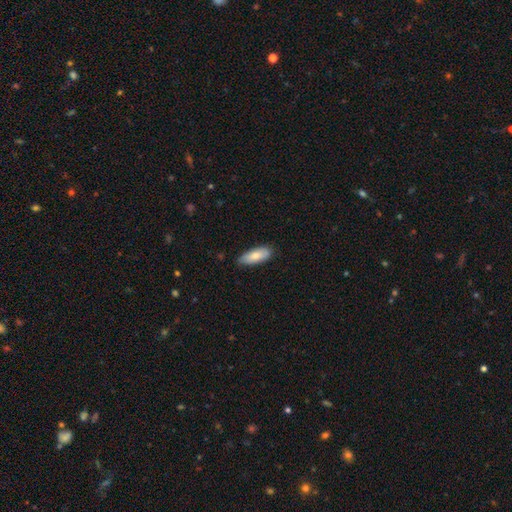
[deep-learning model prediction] Smooth or featured? Predicted: smooth (p=0.79). How rounded? Predicted: in between (p=0.73). Merging? Predicted: none (p=0.83).